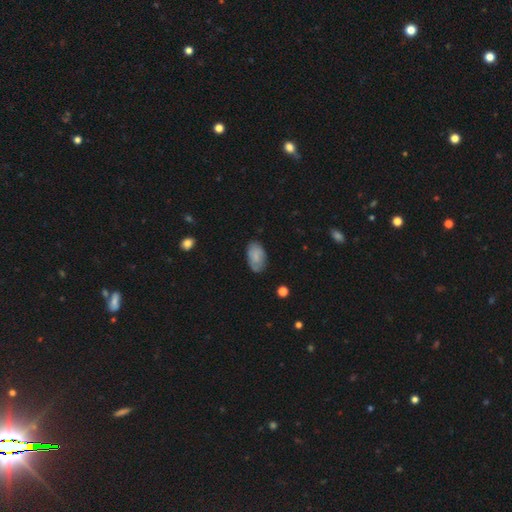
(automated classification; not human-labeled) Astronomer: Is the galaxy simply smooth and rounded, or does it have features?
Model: smooth — 71%.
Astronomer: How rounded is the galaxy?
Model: in between — 93%.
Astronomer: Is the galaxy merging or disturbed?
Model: none — 75%.